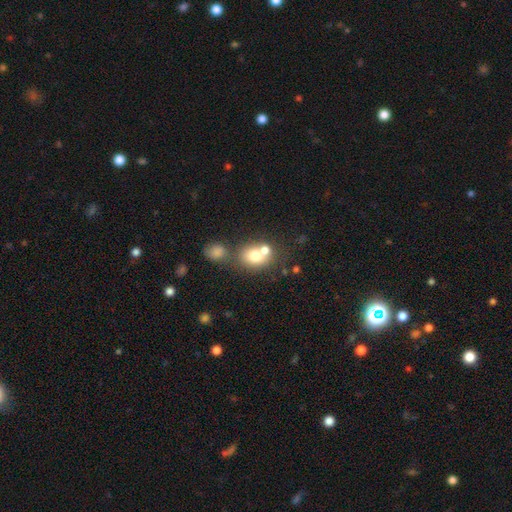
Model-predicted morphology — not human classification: A smooth galaxy with no disk features (71%) that is round (57%). Merging: merger (45%).